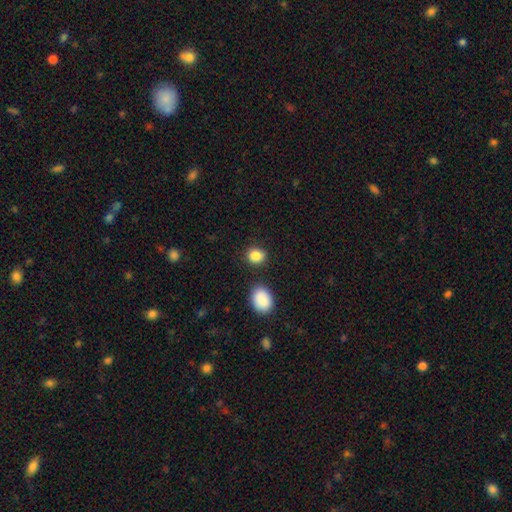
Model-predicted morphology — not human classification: A smooth galaxy with no disk features (87%) that is round (66%).

Vote fractions:
- Smooth or featured? smooth: 87% / star or artifact: 9% / featured or disk: 4%
- How rounded? round: 66% / in between: 33% / cigar-shaped: 1%
- Merging? none: 80% / minor disturbance: 11% / merger: 6% / major disturbance: 3%